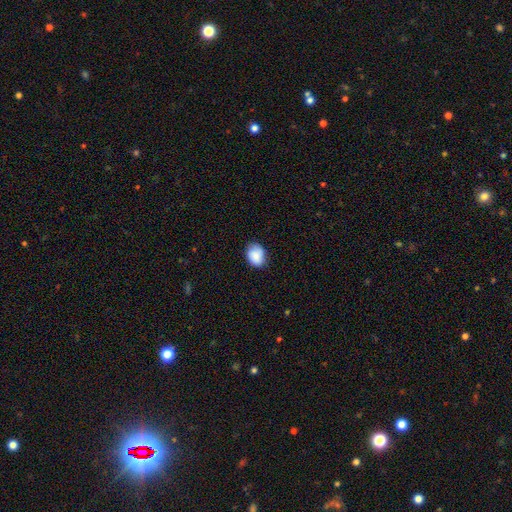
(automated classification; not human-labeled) smooth-or-featured: smooth: 83% | featured or disk: 10% | star or artifact: 7%
  how-rounded: in between: 61% | round: 38% | cigar-shaped: 1%
  merging: none: 73% | minor disturbance: 22% | major disturbance: 4% | merger: 1%